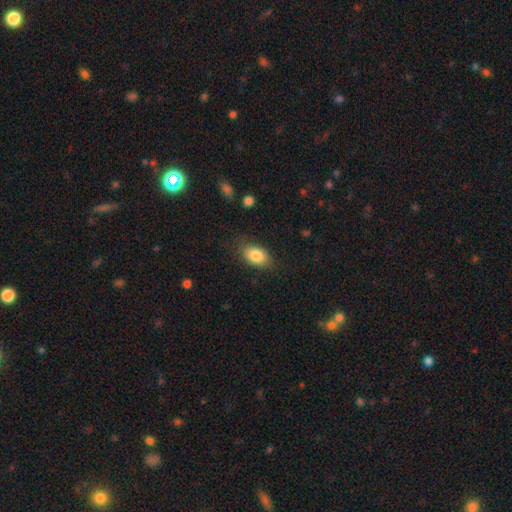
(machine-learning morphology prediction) smooth_or_featured: smooth (p=0.83) [alt: featured or disk p=0.09]
how_rounded: in between (p=0.87) [alt: round p=0.11]
merging: none (p=0.79) [alt: minor disturbance p=0.16]